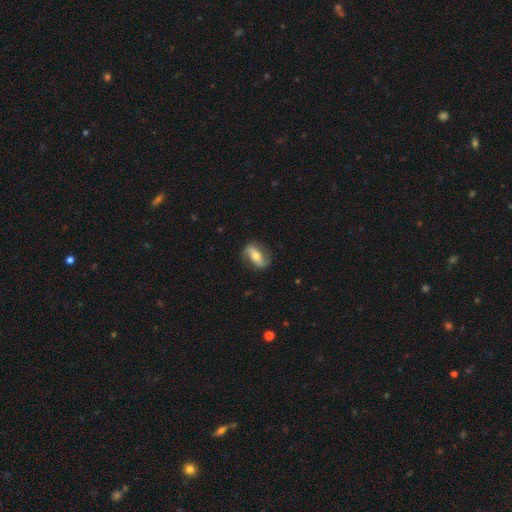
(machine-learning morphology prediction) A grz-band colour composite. It shows a featured or disk galaxy (62%) with a strong bar (48%), spiral arms (75%) and a moderate central bulge (60%). Merging: none (77%).